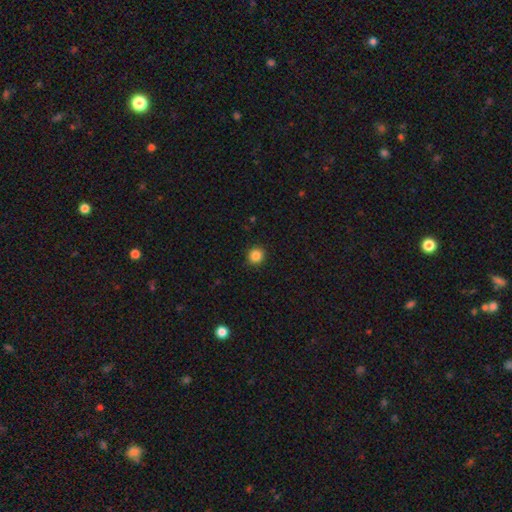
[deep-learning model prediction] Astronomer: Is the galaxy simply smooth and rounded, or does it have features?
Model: smooth — 86%.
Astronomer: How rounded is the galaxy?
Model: round — 92%.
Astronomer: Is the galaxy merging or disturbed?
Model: none — 92%.